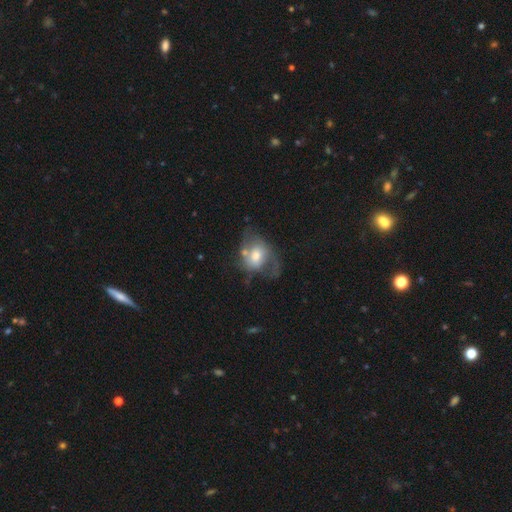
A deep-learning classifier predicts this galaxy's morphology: Smooth or featured? featured or disk (53%)
Edge-on disk? no (96%)
Bar? no (61%)
Spiral arms? yes (67%)
Bulge size? moderate (63%)
Merging? none (33%)